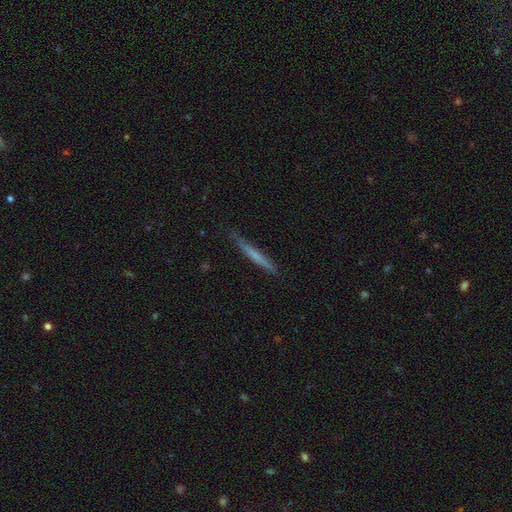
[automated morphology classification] Smooth or featured?
  - smooth: 58% *
  - featured or disk: 36%
  - star or artifact: 6%
How rounded?
  - cigar-shaped: 97% *
  - in between: 2%
  - round: 1%
Merging?
  - none: 85% *
  - minor disturbance: 12%
  - major disturbance: 2%
  - merger: 1%